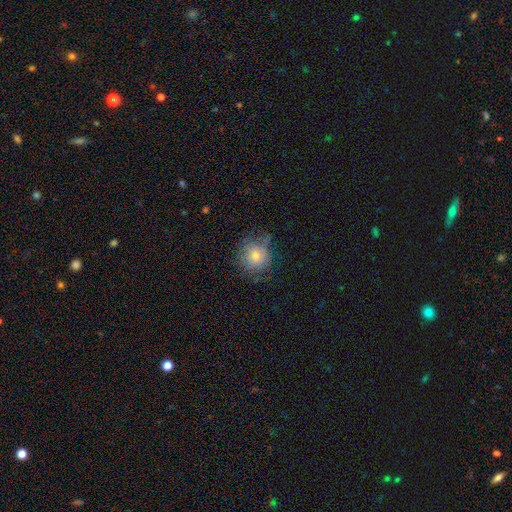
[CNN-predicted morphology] smooth_or_featured: smooth (p=0.70) [alt: featured or disk p=0.18]
how_rounded: round (p=0.91) [alt: in between p=0.08]
merging: none (p=0.72) [alt: minor disturbance p=0.19]